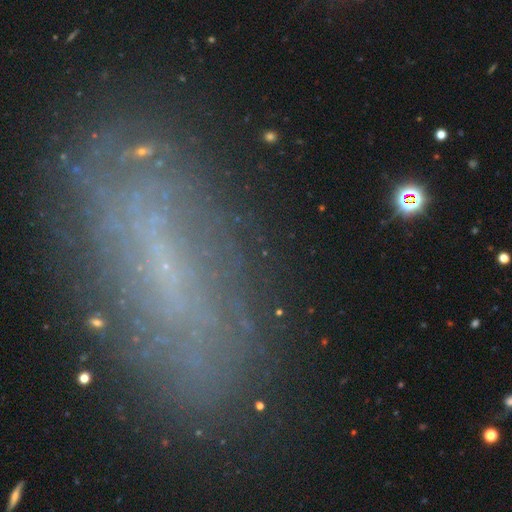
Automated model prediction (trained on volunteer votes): The model was most divided on "smooth or featured": featured or disk: 54%, smooth: 29%, star or artifact: 17%. More confident: edge-on disk — no (80%); merging — none (74%).